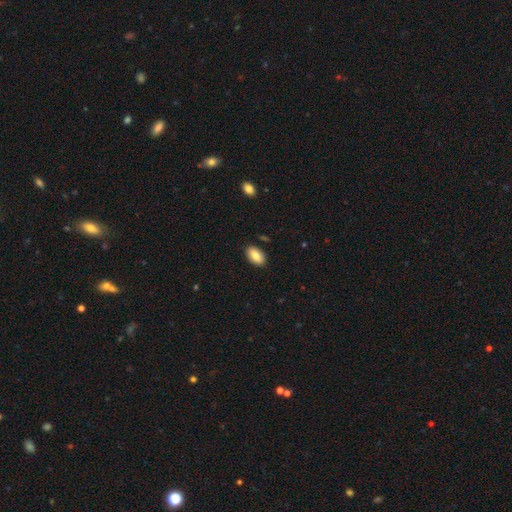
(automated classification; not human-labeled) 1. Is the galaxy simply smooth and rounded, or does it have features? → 84% smooth, 9% featured or disk, 7% star or artifact.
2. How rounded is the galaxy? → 93% in between, 4% round, 2% cigar-shaped.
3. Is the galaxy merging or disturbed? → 88% none, 9% minor disturbance, 2% major disturbance, 1% merger.